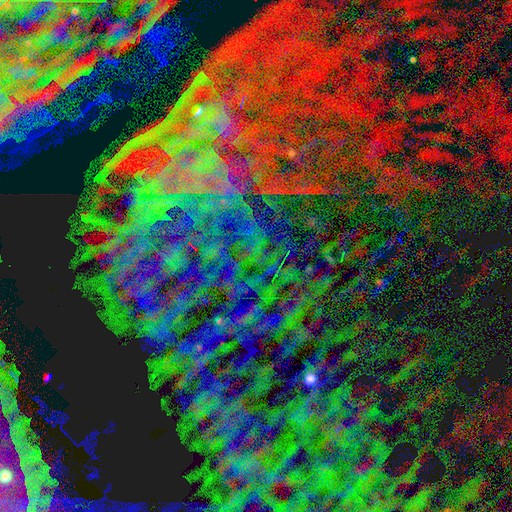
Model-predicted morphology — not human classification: Smooth or featured? star or artifact (86%)